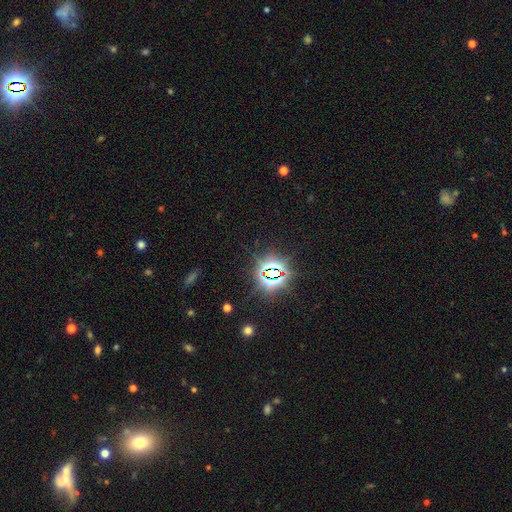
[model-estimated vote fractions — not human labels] This is clearly a star or artifact rather than a galaxy (81%).